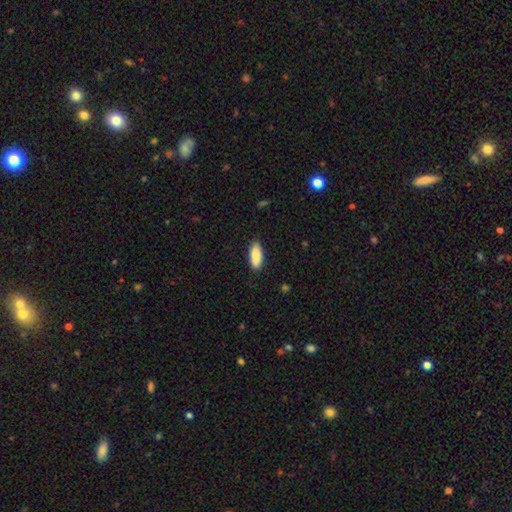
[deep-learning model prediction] A smooth galaxy with no disk features (88%) that is in between round and cigar-shaped (82%). Merging: none (86%).